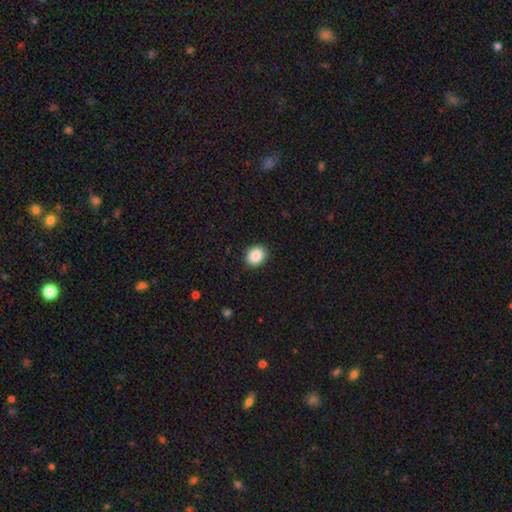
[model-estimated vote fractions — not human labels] Smooth or featured? smooth (88%)
How rounded? round (51%)
Merging? none (90%)